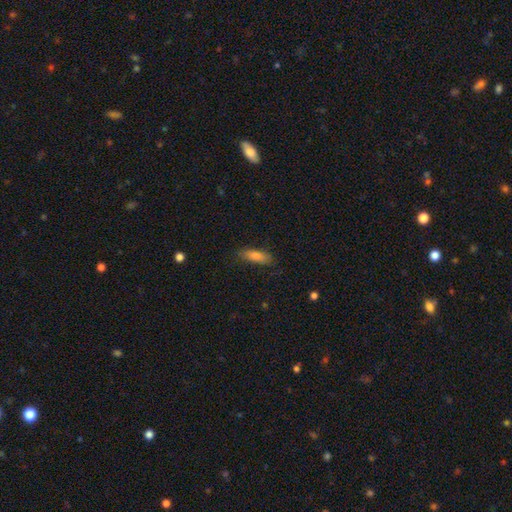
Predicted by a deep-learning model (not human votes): Smooth or featured? Predicted: smooth (p=0.74). How rounded? Predicted: cigar-shaped (p=0.50). Merging? Predicted: none (p=0.80).